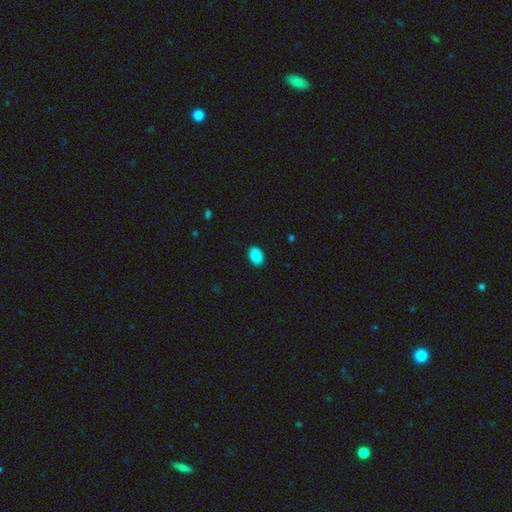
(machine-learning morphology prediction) smooth 89%, star or artifact 8%, featured or disk 3%. Down the decision tree: how rounded — in between (80%); merging — none (89%).